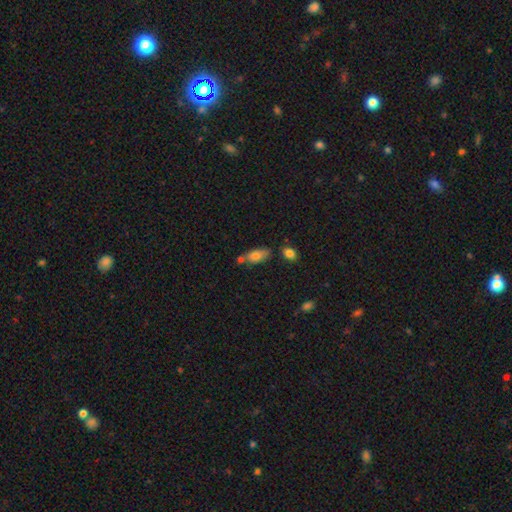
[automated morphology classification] This appears to be a smooth galaxy with no disk features (81%) that is in between round and cigar-shaped (87%). Merging: none (60%).